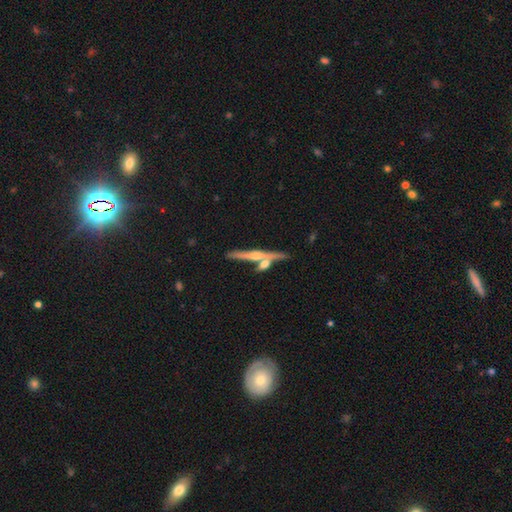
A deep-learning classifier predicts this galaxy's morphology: type=featured or disk (63%); edge-on=yes (93%); edge-on bulge=rounded (74%); merging=none (58%).